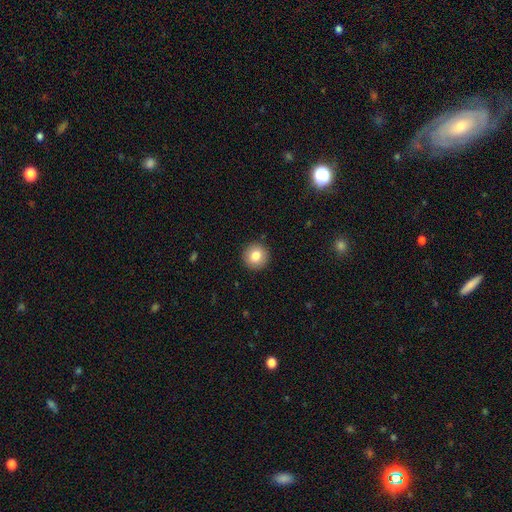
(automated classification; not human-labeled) smooth-or-featured: smooth: 81% | featured or disk: 9% | star or artifact: 9%
  how-rounded: round: 95% | in between: 4% | cigar-shaped: 1%
  merging: none: 92% | minor disturbance: 5% | major disturbance: 2% | merger: 1%